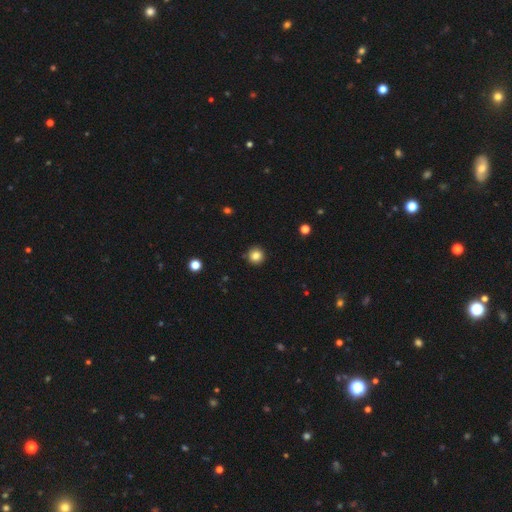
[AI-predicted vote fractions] This appears to be a smooth galaxy with no disk features (84%) that is round (95%). Merging: none (89%).